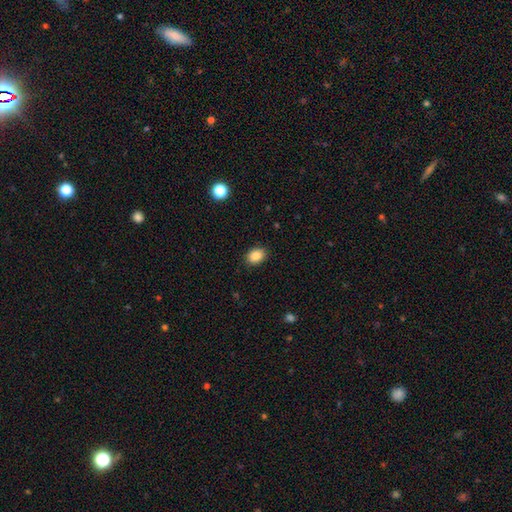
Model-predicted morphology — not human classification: Overall: smooth (87%). How rounded: in between (74%). Merging: none (89%).